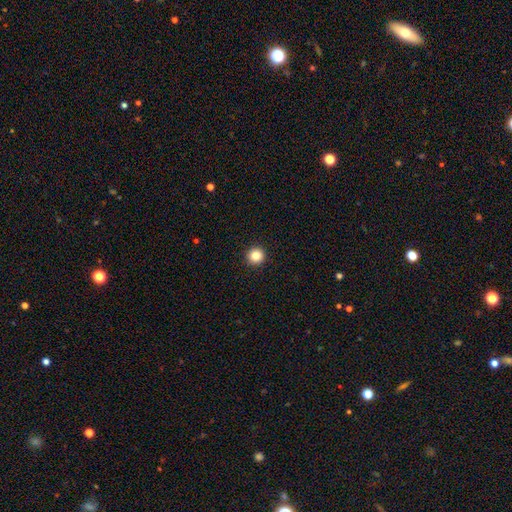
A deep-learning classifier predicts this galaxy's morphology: A smooth galaxy with no disk features (84%) that is round (96%). Merging: none (94%).